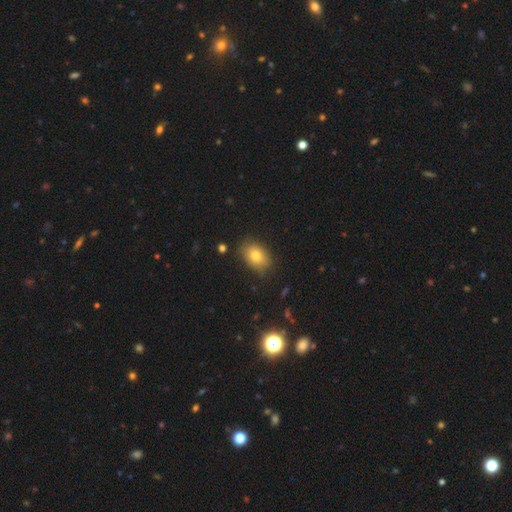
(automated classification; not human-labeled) Smooth or featured? Predicted: smooth (p=0.80). How rounded? Predicted: in between (p=0.77). Merging? Predicted: none (p=0.81).